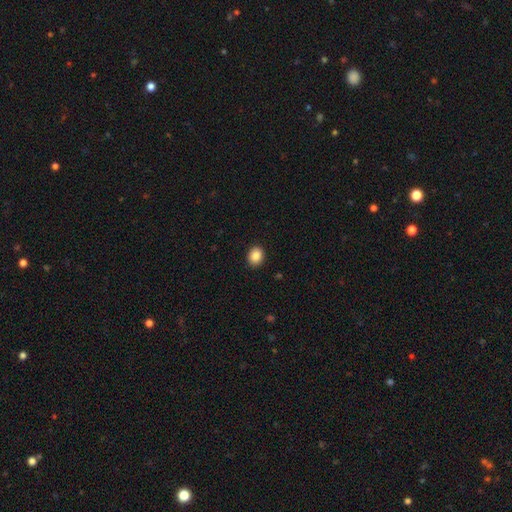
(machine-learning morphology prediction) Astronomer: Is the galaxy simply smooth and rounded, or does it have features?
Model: smooth — 88%.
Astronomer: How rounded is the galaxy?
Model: round — 54% (runner-up: in between, 45%).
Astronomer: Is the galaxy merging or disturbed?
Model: none — 91%.